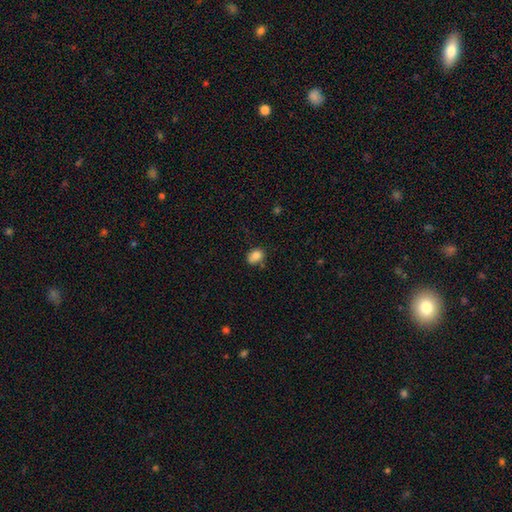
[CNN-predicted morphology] Q: Smooth or featured?
A: smooth (84%); runner-up: star or artifact (10%)
Q: How rounded?
A: in between (66%); runner-up: round (33%)
Q: Merging?
A: none (71%); runner-up: minor disturbance (20%)